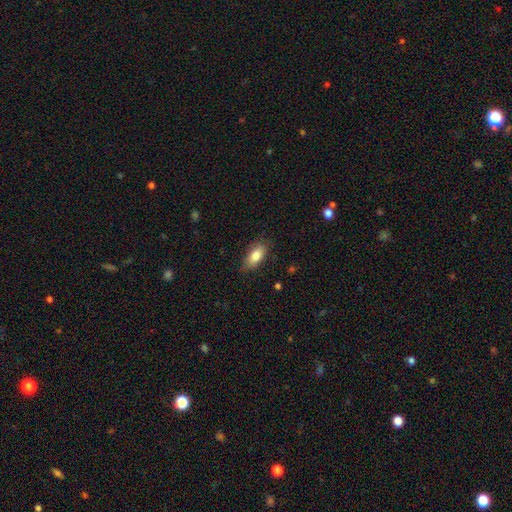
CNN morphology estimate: Q: Smooth or featured?
A: smooth (80%); runner-up: featured or disk (12%)
Q: How rounded?
A: in between (88%); runner-up: cigar-shaped (8%)
Q: Merging?
A: none (77%); runner-up: minor disturbance (18%)